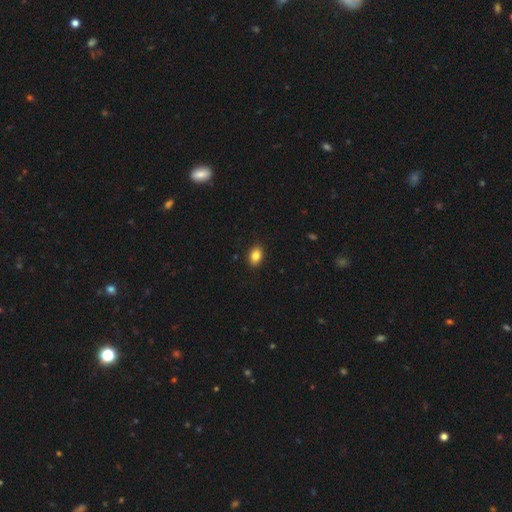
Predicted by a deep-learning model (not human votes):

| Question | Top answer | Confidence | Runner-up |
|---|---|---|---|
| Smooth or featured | smooth | 84% | star or artifact (9%) |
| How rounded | in between | 84% | round (15%) |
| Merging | none | 90% | minor disturbance (8%) |